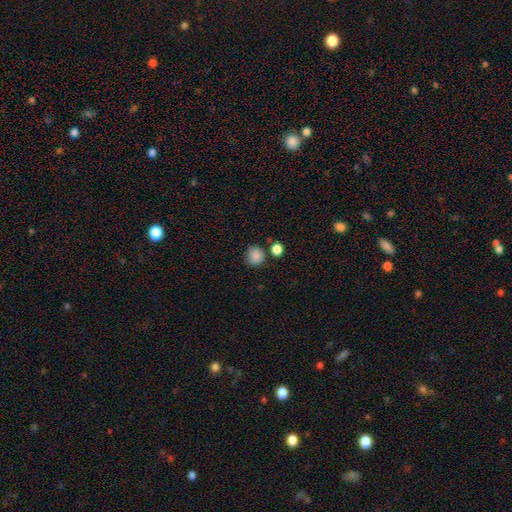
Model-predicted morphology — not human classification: A smooth galaxy with no disk features (86%) that is round (82%).

Vote fractions:
- Smooth or featured? smooth: 86% / star or artifact: 10% / featured or disk: 4%
- How rounded? round: 82% / in between: 17% / cigar-shaped: 1%
- Merging? none: 74% / minor disturbance: 14% / merger: 8% / major disturbance: 4%